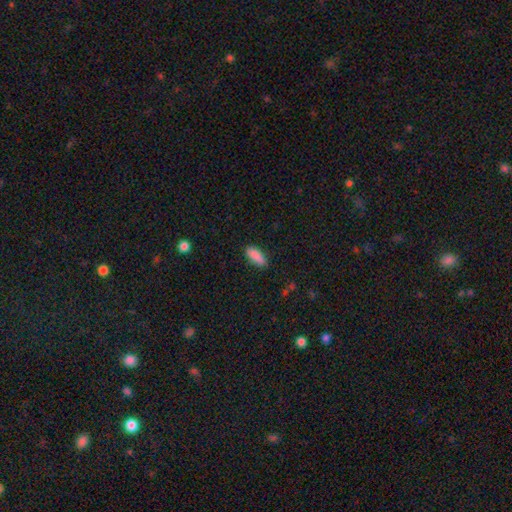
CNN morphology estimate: smooth-or-featured: smooth: 89% | star or artifact: 7% | featured or disk: 4%
  how-rounded: in between: 71% | cigar-shaped: 27% | round: 2%
  merging: none: 85% | minor disturbance: 11% | major disturbance: 2% | merger: 1%